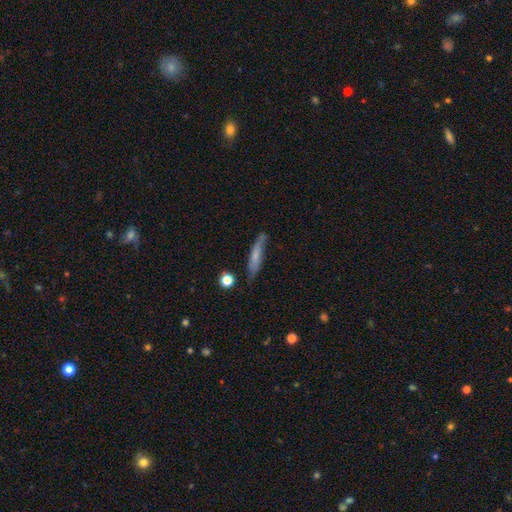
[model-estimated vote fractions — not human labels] Q: Smooth or featured?
A: smooth (53%); runner-up: featured or disk (39%)
Q: How rounded?
A: cigar-shaped (83%); runner-up: in between (15%)
Q: Merging?
A: none (68%); runner-up: minor disturbance (23%)